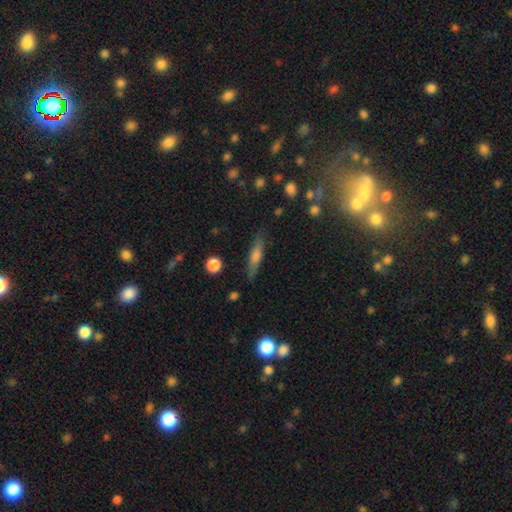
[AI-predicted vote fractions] Smooth or featured? Predicted: smooth (p=0.55). How rounded? Predicted: cigar-shaped (p=0.78). Merging? Predicted: none (p=0.83).